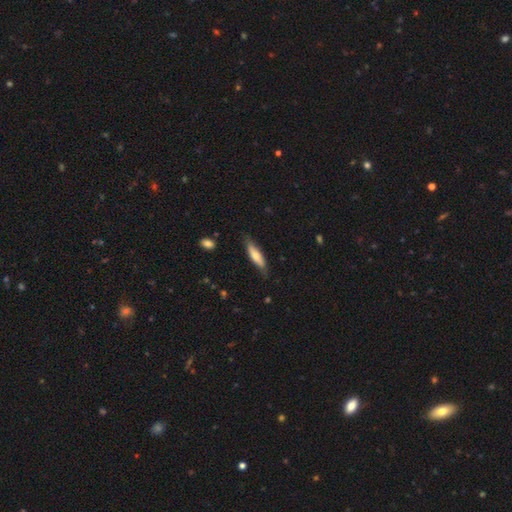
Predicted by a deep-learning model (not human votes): Morphology: type=smooth (63%); roundness=cigar-shaped (69%); merging=none (76%).